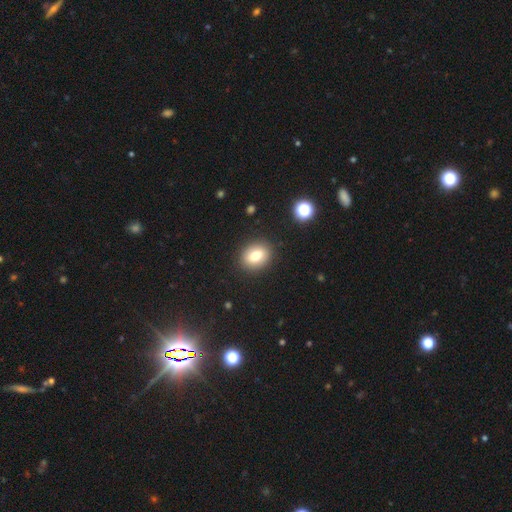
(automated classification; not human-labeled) smooth_or_featured: smooth (p=0.77) [alt: featured or disk p=0.12]
how_rounded: in between (p=0.51) [alt: round p=0.48]
merging: none (p=0.89) [alt: minor disturbance p=0.07]